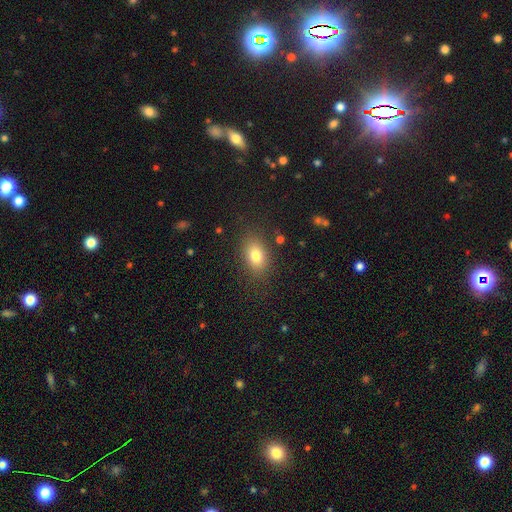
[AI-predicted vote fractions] Q: Smooth or featured?
A: smooth (79%); runner-up: featured or disk (11%)
Q: How rounded?
A: in between (81%); runner-up: round (17%)
Q: Merging?
A: none (83%); runner-up: minor disturbance (11%)